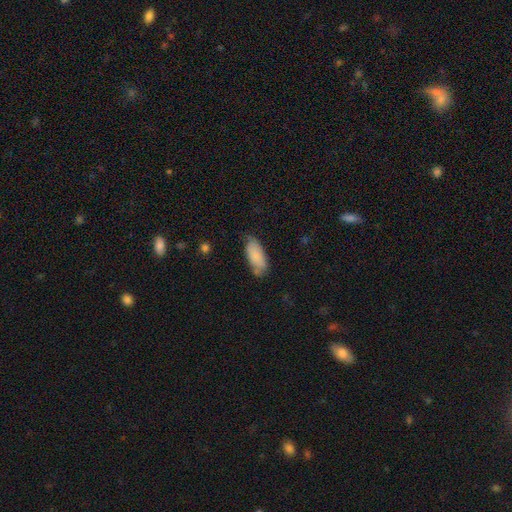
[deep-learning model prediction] Overall: smooth (84%). How rounded: in between (84%). Merging: none (65%; minor disturbance 27%).